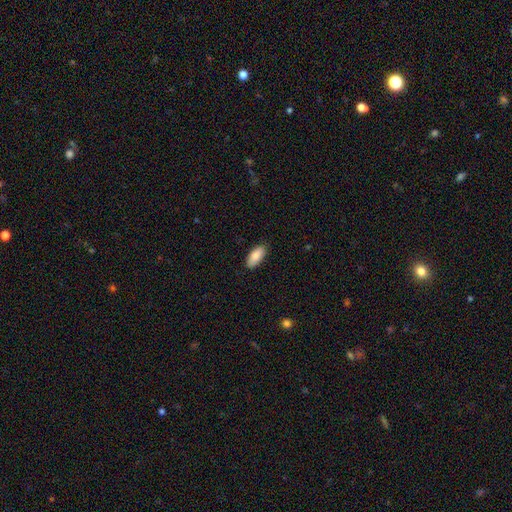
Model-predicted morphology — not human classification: Smooth or featured?
  - smooth: 88% *
  - featured or disk: 7%
  - star or artifact: 6%
How rounded?
  - in between: 87% *
  - cigar-shaped: 11%
  - round: 2%
Merging?
  - none: 87% *
  - minor disturbance: 10%
  - major disturbance: 2%
  - merger: 1%